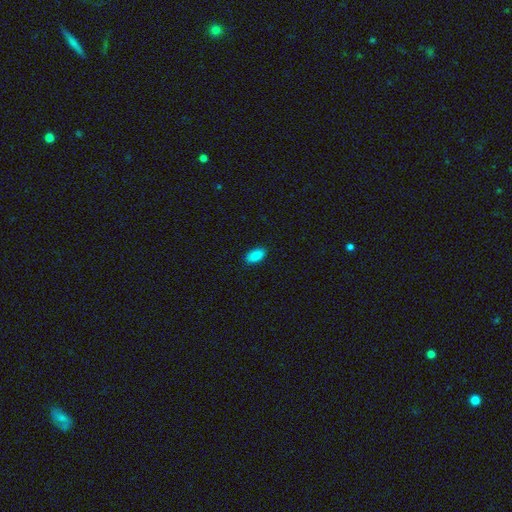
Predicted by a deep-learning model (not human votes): Smooth or featured? smooth (87%)
How rounded? in between (93%)
Merging? none (89%)